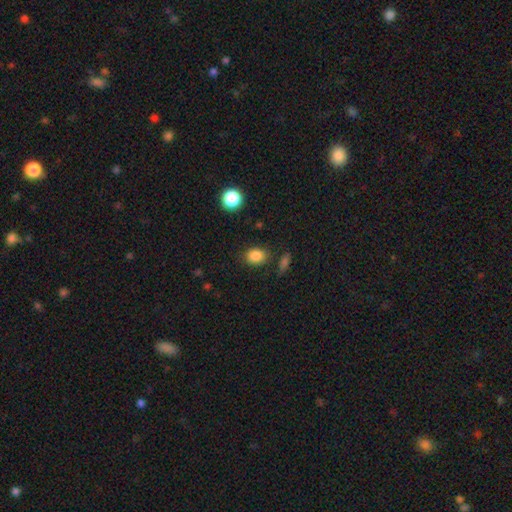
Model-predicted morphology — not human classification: type=smooth (85%); roundness=in between (62%); merging=none (81%).